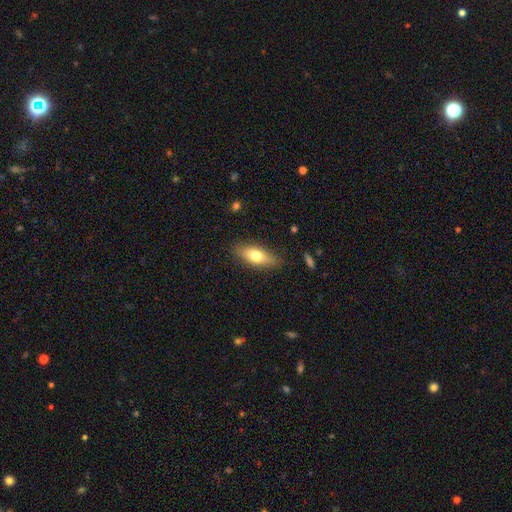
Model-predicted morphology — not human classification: A smooth galaxy with no disk features (67%) that is in between round and cigar-shaped (70%). Merging: none (84%).